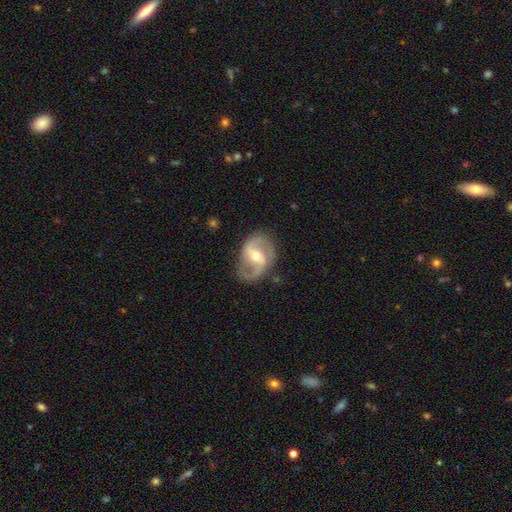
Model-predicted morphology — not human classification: Smooth or featured? Predicted: featured or disk (p=0.88). Edge-on disk? Predicted: no (p=0.97). Bar? Predicted: weak (p=0.46). Spiral arms? Predicted: yes (p=0.96). Spiral winding? Predicted: medium (p=0.52). Spiral arm count? Predicted: 2 (p=0.91). Bulge size? Predicted: moderate (p=0.58). Merging? Predicted: none (p=0.78).